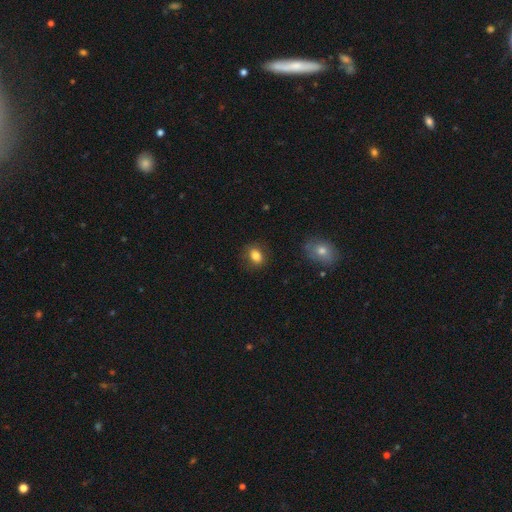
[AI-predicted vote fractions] Smooth or featured: smooth — 82% (star or artifact — 9%)
How rounded: in between — 62% (round — 36%)
Merging: none — 81% (minor disturbance — 14%)